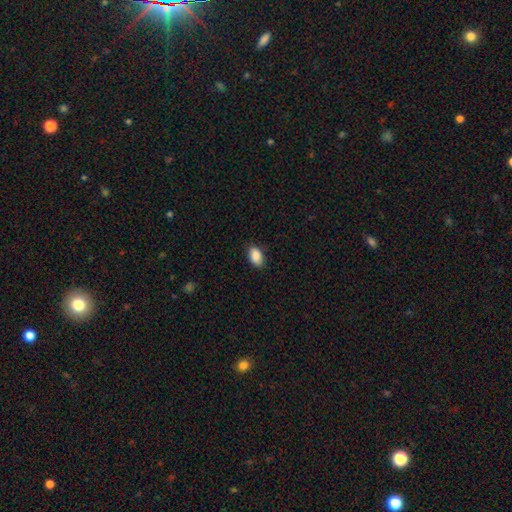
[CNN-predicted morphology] smooth 89%, star or artifact 7%, featured or disk 4%. Down the decision tree: how rounded — in between (91%); merging — none (83%).